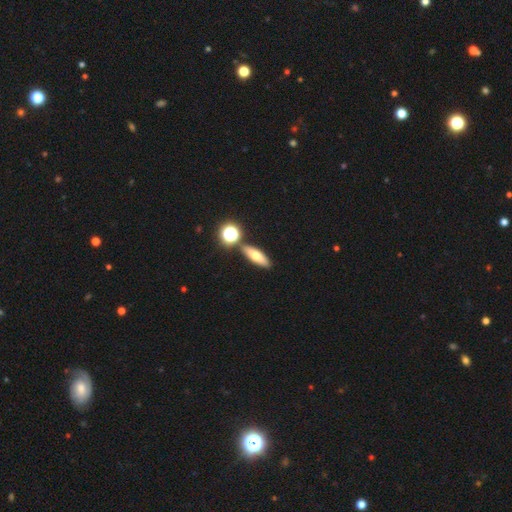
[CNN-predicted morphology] This appears to be a smooth galaxy with no disk features (65%) that is in between round and cigar-shaped (49%). Merging: none (81%).